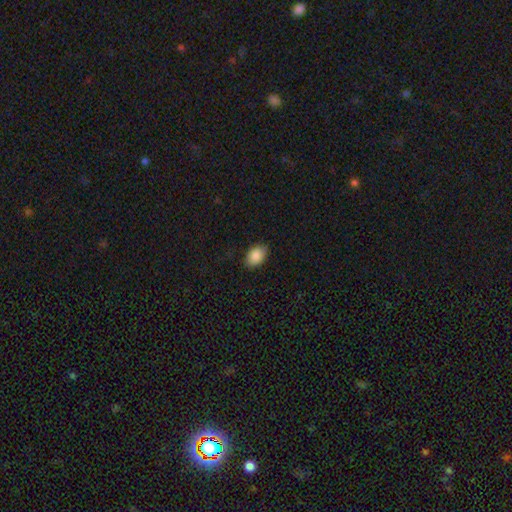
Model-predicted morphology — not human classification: smooth-or-featured: smooth: 88% | star or artifact: 7% | featured or disk: 4%
  how-rounded: in between: 84% | round: 15% | cigar-shaped: 1%
  merging: none: 86% | minor disturbance: 11% | major disturbance: 2% | merger: 1%